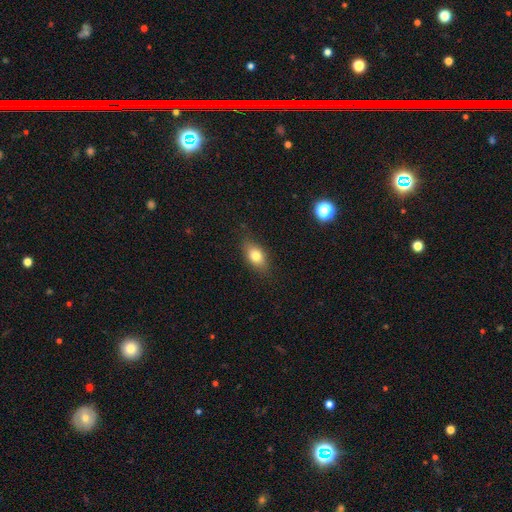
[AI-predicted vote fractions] Smooth or featured? smooth (77%)
How rounded? in between (80%)
Merging? none (82%)